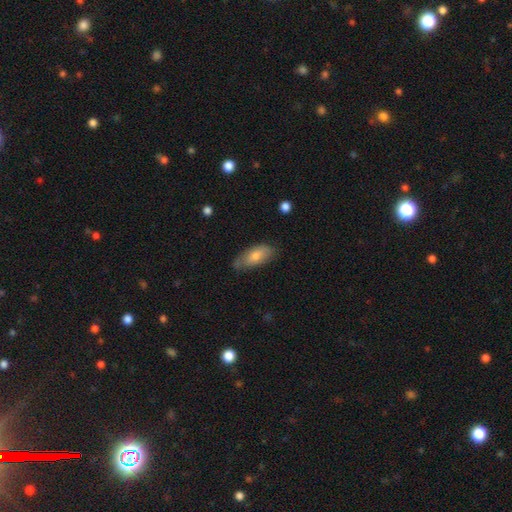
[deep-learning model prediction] Smooth or featured: smooth — 67% (featured or disk — 26%)
How rounded: in between — 83% (cigar-shaped — 14%)
Merging: none — 66% (minor disturbance — 26%)